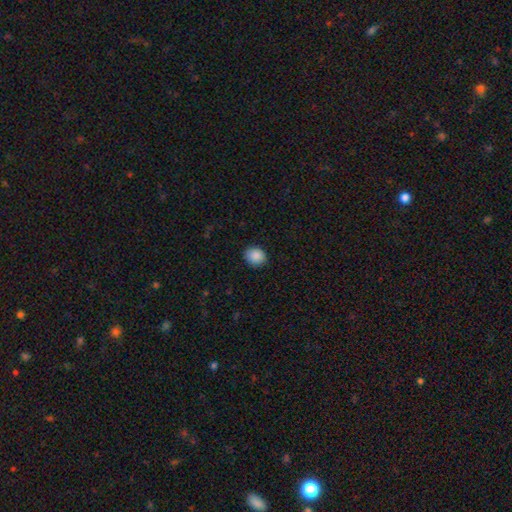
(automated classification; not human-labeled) smooth 89%, star or artifact 8%, featured or disk 3%. Down the decision tree: how rounded — round (70%); merging — none (87%).